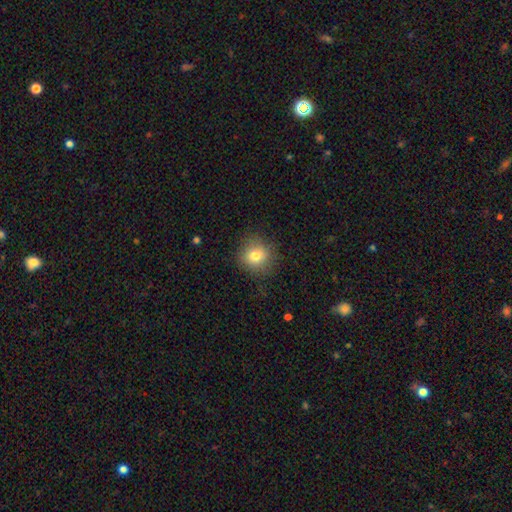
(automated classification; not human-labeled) smooth_or_featured: smooth (p=0.78) [alt: star or artifact p=0.12]
how_rounded: round (p=0.87) [alt: in between p=0.12]
merging: none (p=0.85) [alt: minor disturbance p=0.10]